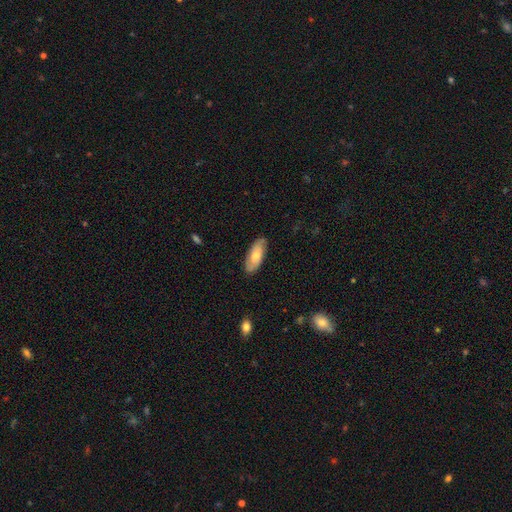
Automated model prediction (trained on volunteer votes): Smooth or featured? smooth (65%)
How rounded? in between (81%)
Merging? none (84%)